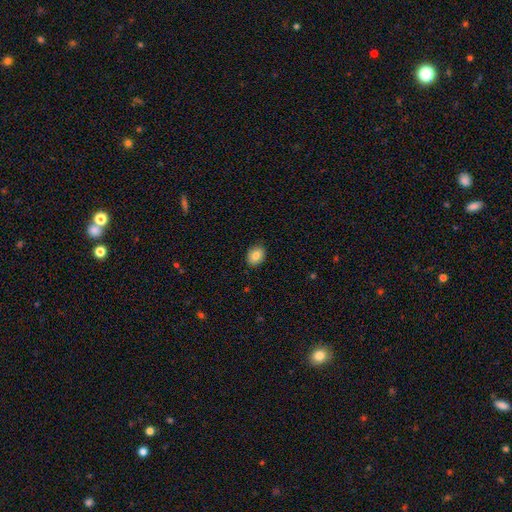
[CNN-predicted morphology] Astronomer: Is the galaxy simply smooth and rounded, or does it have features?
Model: smooth — 83%.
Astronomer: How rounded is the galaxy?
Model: in between — 51% (runner-up: round, 48%).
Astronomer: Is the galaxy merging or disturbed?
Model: none — 87%.